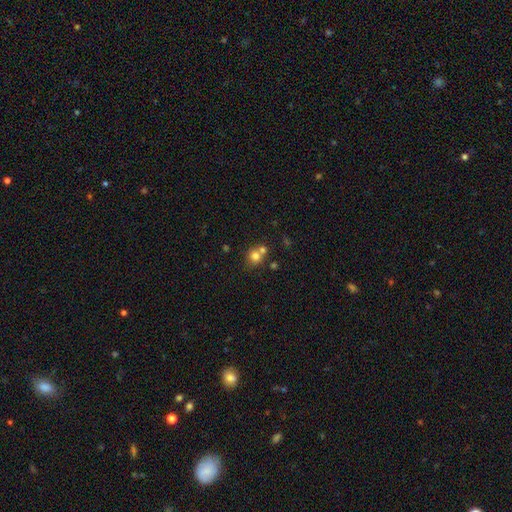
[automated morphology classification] A smooth galaxy with no disk features (76%) that is round (82%). Merging: none (49%).